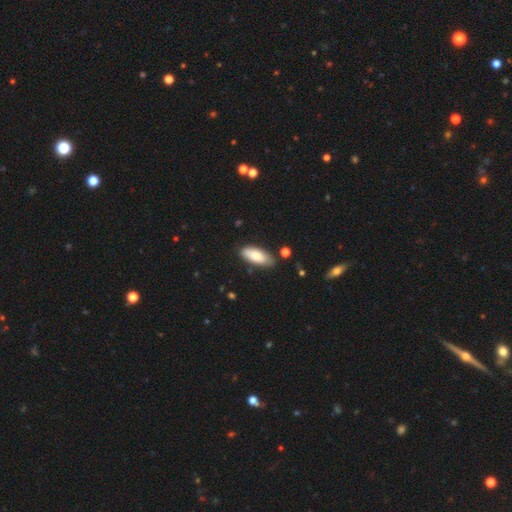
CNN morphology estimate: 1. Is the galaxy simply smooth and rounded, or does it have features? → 79% smooth, 15% featured or disk, 6% star or artifact.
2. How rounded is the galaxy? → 80% in between, 19% cigar-shaped, 2% round.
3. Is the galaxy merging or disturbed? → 79% none, 15% minor disturbance, 3% merger, 3% major disturbance.